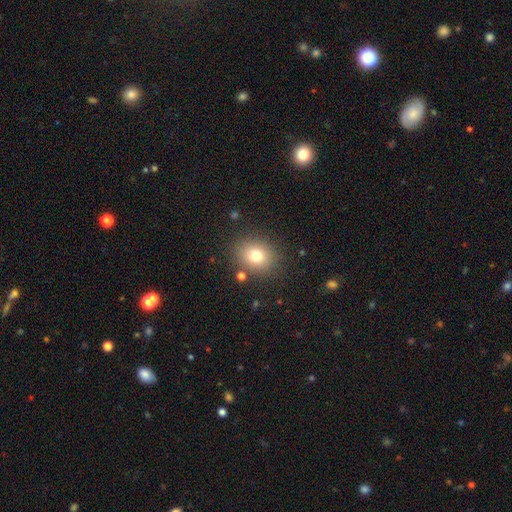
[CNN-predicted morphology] Smooth or featured?
  - smooth: 78% *
  - star or artifact: 12%
  - featured or disk: 10%
How rounded?
  - round: 61% *
  - in between: 39%
  - cigar-shaped: 1%
Merging?
  - none: 84% *
  - minor disturbance: 10%
  - major disturbance: 4%
  - merger: 3%